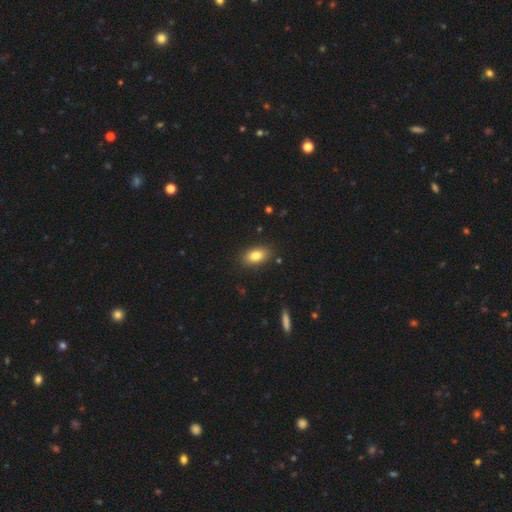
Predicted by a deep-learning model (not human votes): This is clearly a smooth galaxy (83%). How rounded: clearly in between (89%). Merging: clearly none (86%).